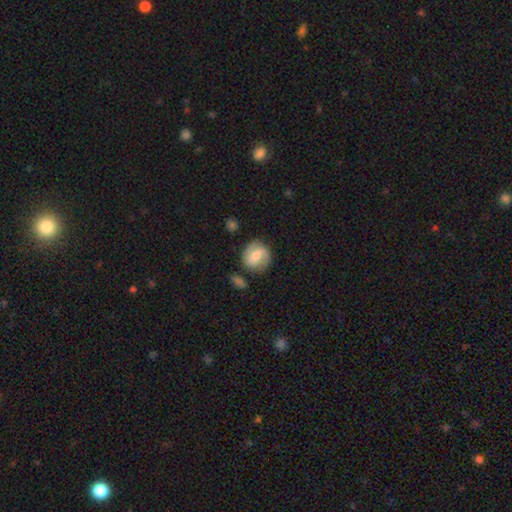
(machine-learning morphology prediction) Smooth or featured?
  - featured or disk: 56% *
  - smooth: 37%
  - star or artifact: 7%
Edge-on disk?
  - no: 97% *
  - yes: 3%
Bar?
  - weak: 48% *
  - no: 34%
  - strong: 18%
Spiral arms?
  - yes: 87% *
  - no: 13%
Bulge size?
  - moderate: 58% *
  - small: 32%
  - large: 5%
  - none: 3%
  - dominant: 1%
Merging?
  - none: 74% *
  - minor disturbance: 16%
  - major disturbance: 5%
  - merger: 4%